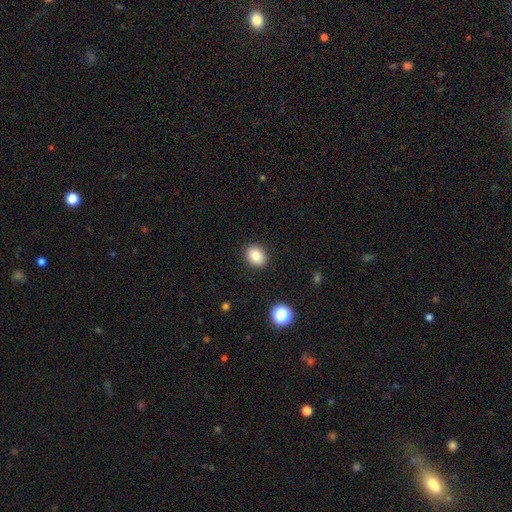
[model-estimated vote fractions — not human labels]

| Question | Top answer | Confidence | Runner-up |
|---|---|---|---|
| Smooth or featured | smooth | 85% | star or artifact (9%) |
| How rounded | in between | 55% | round (44%) |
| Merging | none | 90% | minor disturbance (7%) |